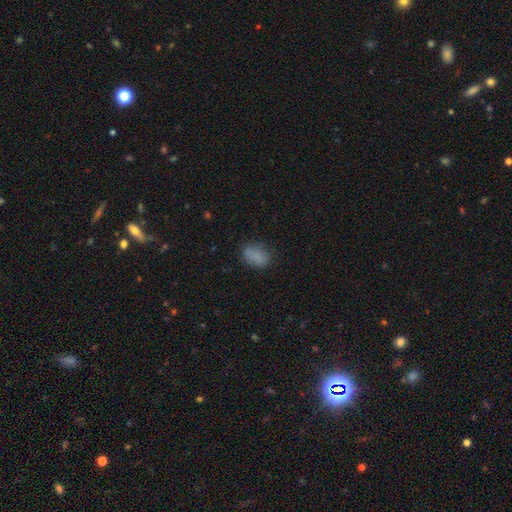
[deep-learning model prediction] Smooth or featured: smooth — 83% (star or artifact — 10%)
How rounded: in between — 80% (round — 18%)
Merging: none — 71% (minor disturbance — 21%)